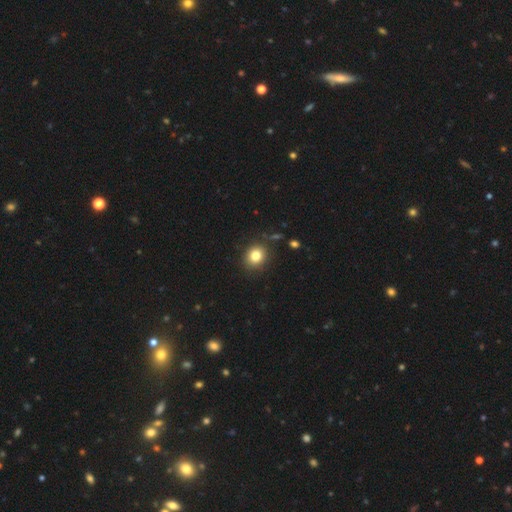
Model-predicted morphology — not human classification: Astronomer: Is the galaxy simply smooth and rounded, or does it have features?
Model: smooth — 82%.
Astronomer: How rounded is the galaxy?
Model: round — 74%.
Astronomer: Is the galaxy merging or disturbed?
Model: none — 86%.